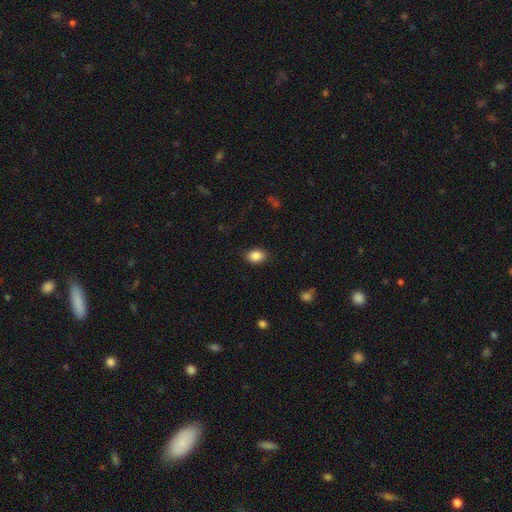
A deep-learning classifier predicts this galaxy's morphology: Smooth or featured?
  - smooth: 86% *
  - star or artifact: 8%
  - featured or disk: 5%
How rounded?
  - in between: 73% *
  - round: 25%
  - cigar-shaped: 1%
Merging?
  - none: 85% *
  - minor disturbance: 11%
  - major disturbance: 3%
  - merger: 1%